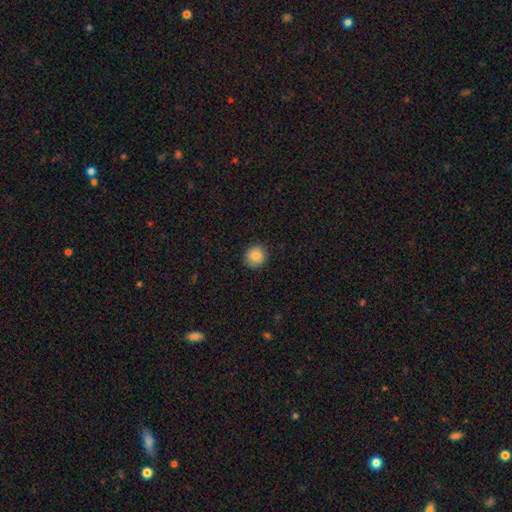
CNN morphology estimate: This appears to be a smooth galaxy with no disk features (86%) that is round (87%). Merging: none (89%).